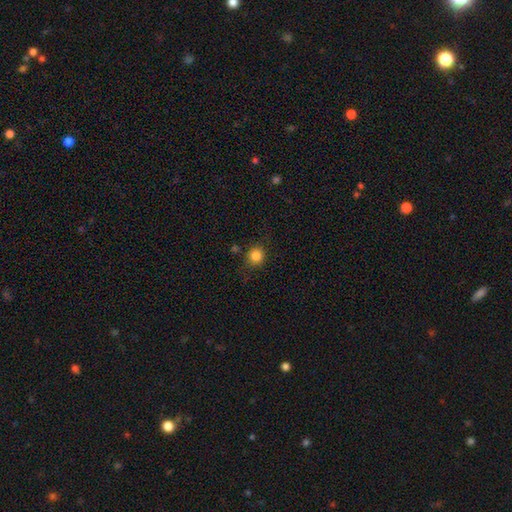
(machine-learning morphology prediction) Smooth or featured: smooth — 83% (star or artifact — 12%)
How rounded: round — 89% (in between — 10%)
Merging: none — 83% (minor disturbance — 11%)